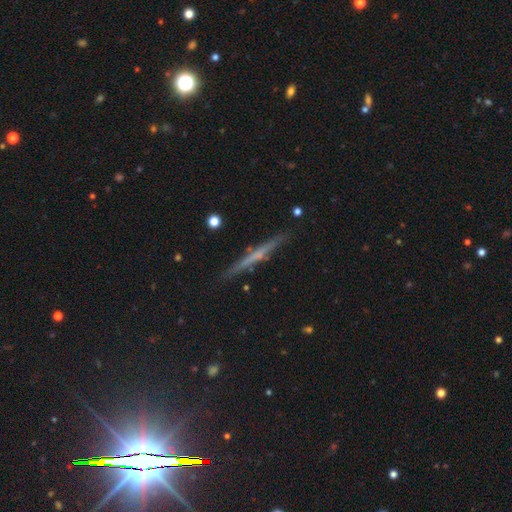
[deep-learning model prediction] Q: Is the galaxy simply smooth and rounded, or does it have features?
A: featured or disk — 62%.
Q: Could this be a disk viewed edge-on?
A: yes — 97%.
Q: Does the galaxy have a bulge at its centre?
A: none — 67%.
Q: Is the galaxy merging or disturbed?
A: none — 89%.